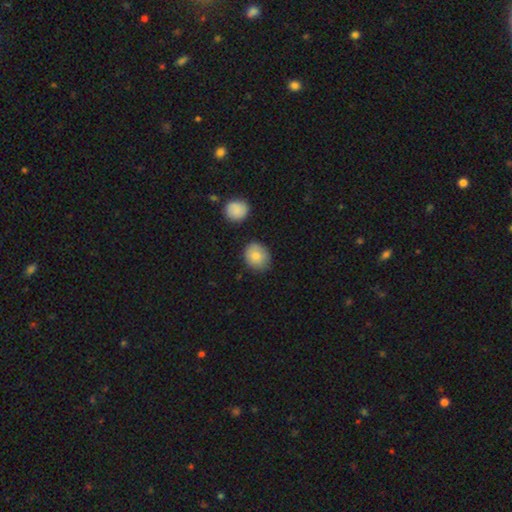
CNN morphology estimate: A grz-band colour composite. It shows a smooth galaxy with no disk features (85%) that is round (68%). Merging: none (73%).